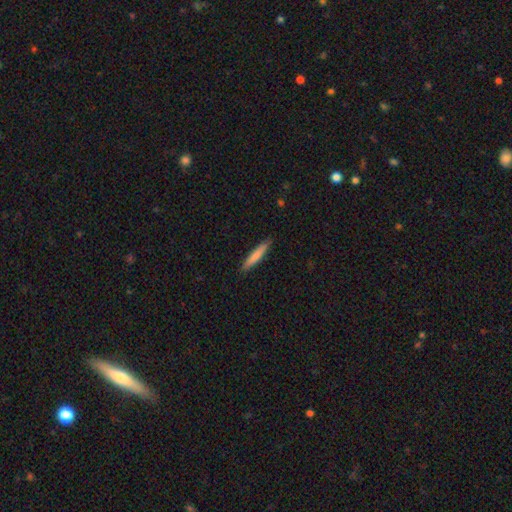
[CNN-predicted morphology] smooth 77%, featured or disk 17%, star or artifact 5%. Down the decision tree: how rounded — cigar-shaped (92%); merging — none (89%).